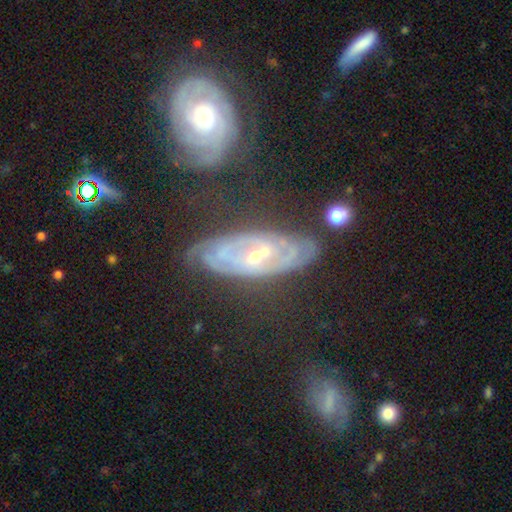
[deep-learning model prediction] This appears to be a featured or disk galaxy (84%) with no bar (46%), tight (73%) spiral arms (90%) and a moderate central bulge (55%). Merging: none (70%).